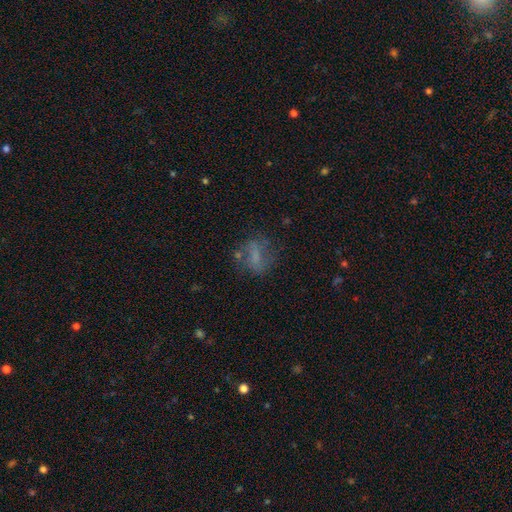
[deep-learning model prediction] The model was most divided on "smooth or featured": smooth: 52%, featured or disk: 33%, star or artifact: 15%. More confident: merging — none (58%); how rounded — in between (57%).